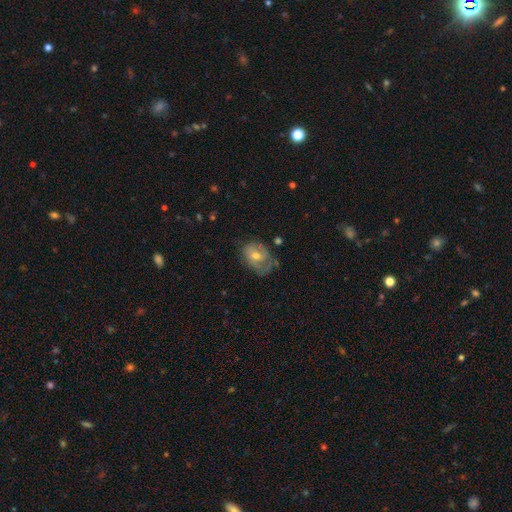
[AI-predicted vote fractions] This is possibly a featured or disk galaxy (54%). It is clearly not viewed edge-on (95%). Bar: likely no (67%). Spiral arm pattern: likely yes (61%). Central bulge: likely moderate (62%). Merging: possibly none (45%).